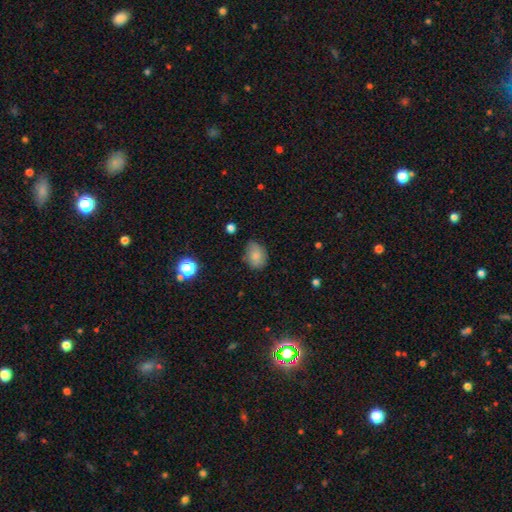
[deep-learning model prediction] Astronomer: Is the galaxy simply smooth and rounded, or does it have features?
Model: smooth — 82%.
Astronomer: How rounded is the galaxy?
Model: in between — 75%.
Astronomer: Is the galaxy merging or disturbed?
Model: none — 72%.